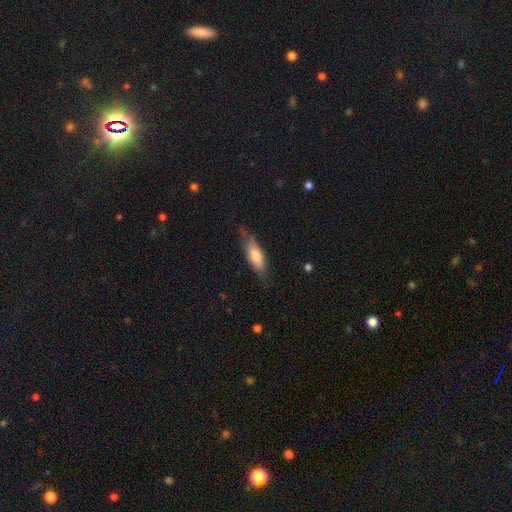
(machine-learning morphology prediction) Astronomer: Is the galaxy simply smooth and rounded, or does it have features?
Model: smooth — 70%.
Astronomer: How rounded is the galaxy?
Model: in between — 55% (runner-up: cigar-shaped, 43%).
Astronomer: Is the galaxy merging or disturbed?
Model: none — 65%.